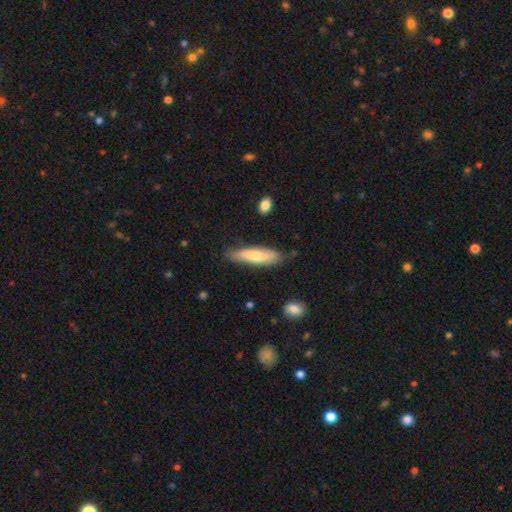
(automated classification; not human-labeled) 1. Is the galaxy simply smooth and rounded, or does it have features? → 63% smooth, 32% featured or disk, 5% star or artifact.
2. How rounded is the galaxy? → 64% cigar-shaped, 34% in between, 2% round.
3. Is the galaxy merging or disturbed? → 73% none, 20% minor disturbance, 4% major disturbance, 2% merger.